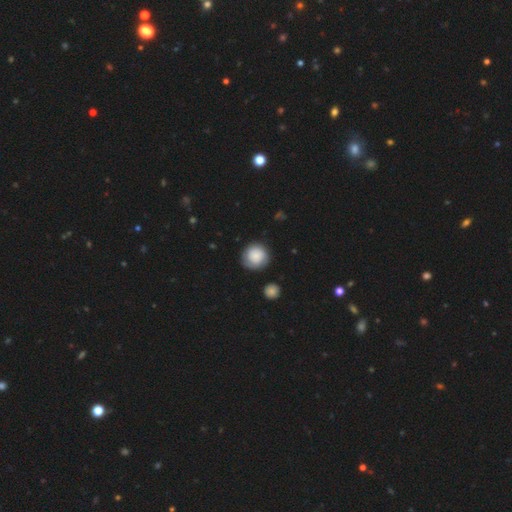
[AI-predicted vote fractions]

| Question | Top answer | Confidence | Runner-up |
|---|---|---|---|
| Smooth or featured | smooth | 68% | featured or disk (25%) |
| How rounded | round | 90% | in between (9%) |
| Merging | none | 74% | minor disturbance (17%) |